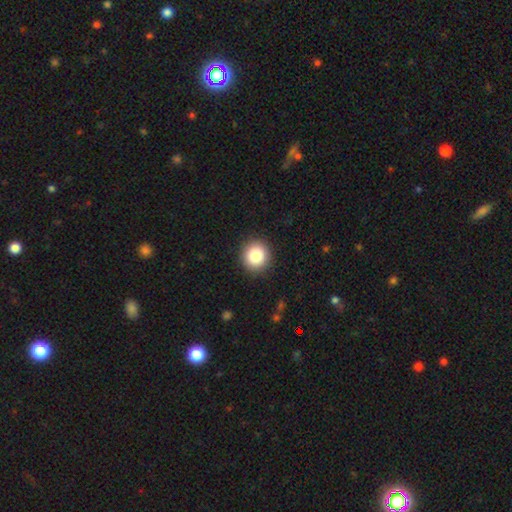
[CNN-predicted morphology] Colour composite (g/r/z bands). It shows a smooth galaxy with no disk features (84%) that is round (92%). Merging: none (91%).